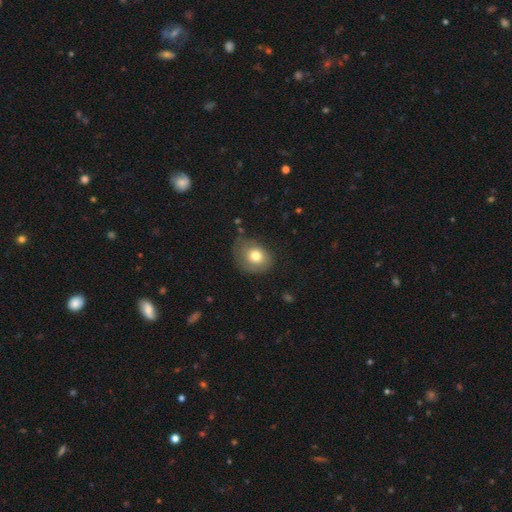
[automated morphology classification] The model was most divided on "how rounded": round: 58%, in between: 42%, cigar-shaped: 1%. More confident: smooth or featured — smooth (73%); merging — none (58%).